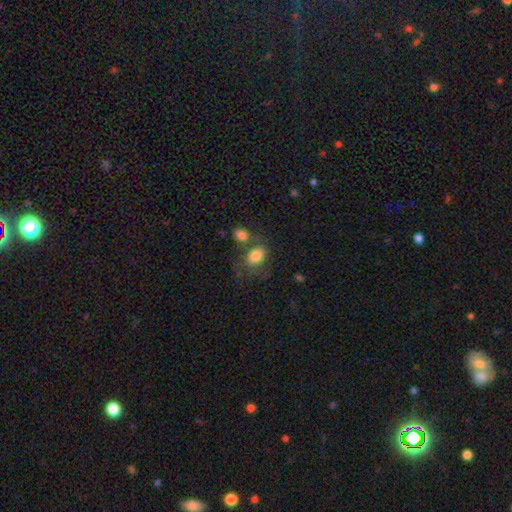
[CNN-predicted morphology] The model was most divided on "merging": none: 41%, merger: 29%, minor disturbance: 18%, major disturbance: 12%. More confident: smooth or featured — smooth (78%); how rounded — in between (75%).